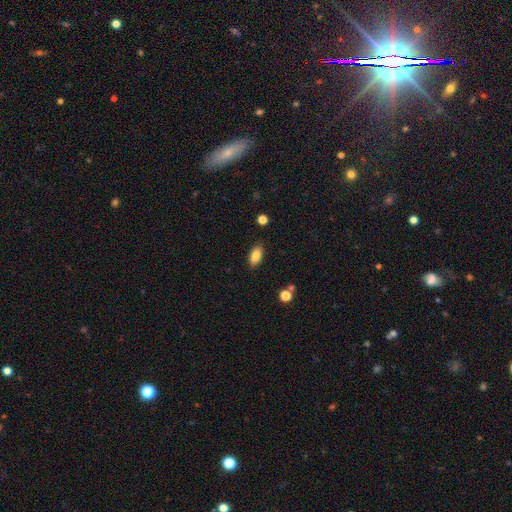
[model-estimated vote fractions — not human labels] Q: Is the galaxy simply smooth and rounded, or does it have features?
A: smooth — 86%.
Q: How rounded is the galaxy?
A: in between — 90%.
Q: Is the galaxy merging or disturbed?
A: none — 86%.